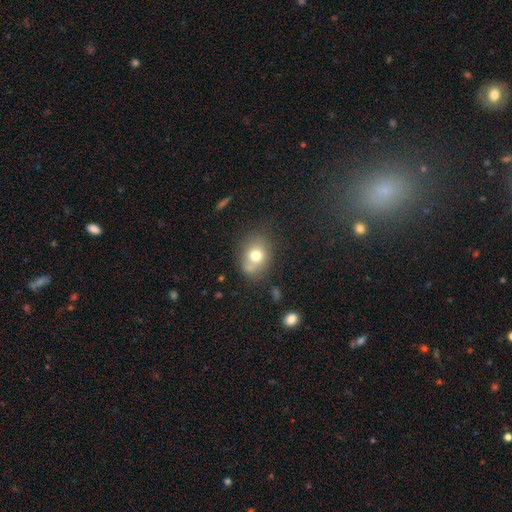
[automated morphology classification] This appears to be a smooth galaxy with no disk features (73%) that is in between round and cigar-shaped (52%). Merging: none (62%).